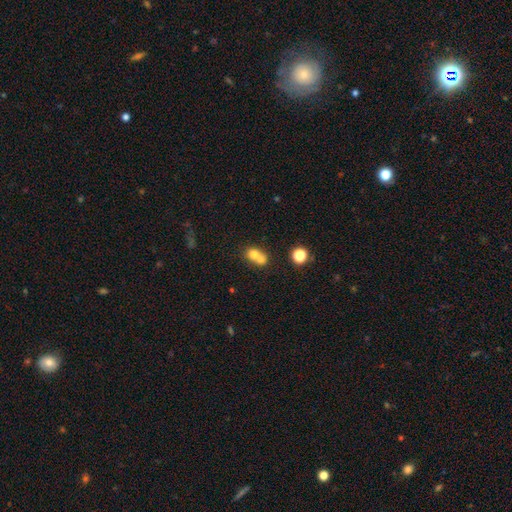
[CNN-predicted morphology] type=smooth (70%); roundness=round (62%); merging=merger (66%).